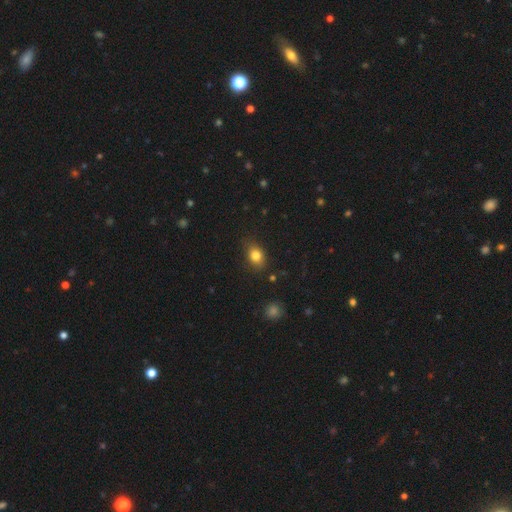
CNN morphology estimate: Overall: smooth (82%). How rounded: in between (65%; round 33%). Merging: none (81%).